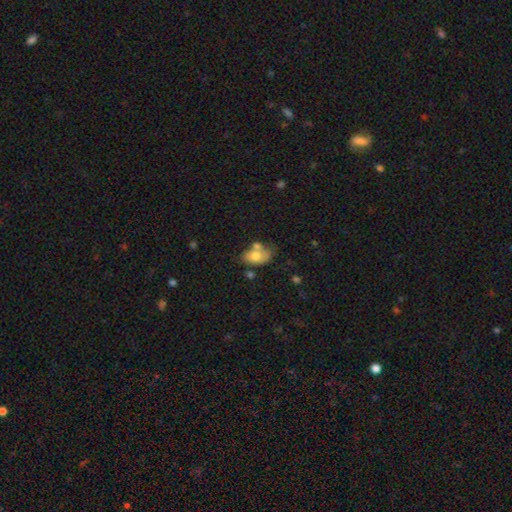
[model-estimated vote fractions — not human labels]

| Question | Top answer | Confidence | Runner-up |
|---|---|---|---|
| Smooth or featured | smooth | 67% | featured or disk (26%) |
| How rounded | in between | 84% | round (14%) |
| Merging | none | 38% | merger (33%) |